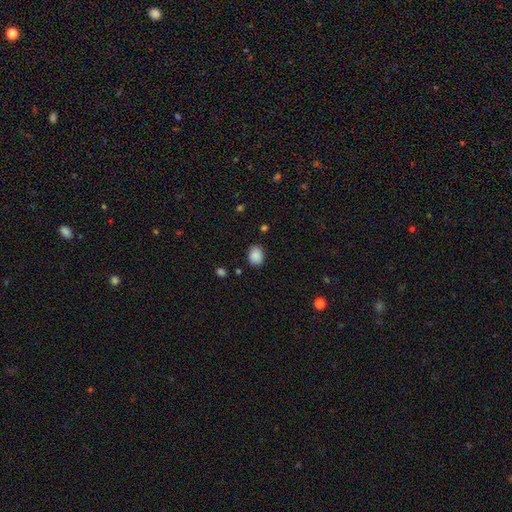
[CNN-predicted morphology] smooth-or-featured: smooth: 88% | star or artifact: 8% | featured or disk: 3%
  how-rounded: in between: 54% | round: 45% | cigar-shaped: 1%
  merging: none: 84% | minor disturbance: 12% | major disturbance: 3% | merger: 2%